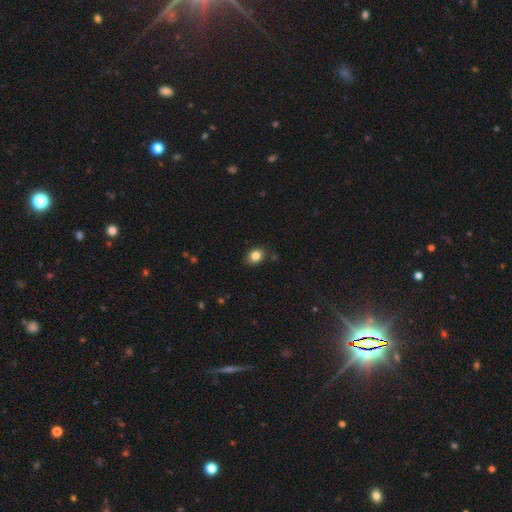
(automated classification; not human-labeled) This appears to be a smooth galaxy with no disk features (84%) that is in between round and cigar-shaped (60%). Merging: none (83%).